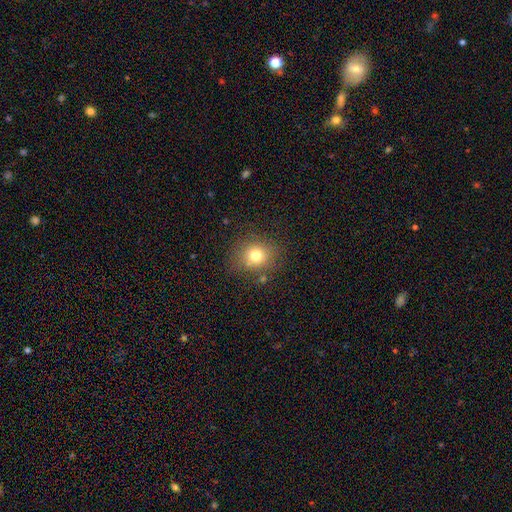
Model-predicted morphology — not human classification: Q: Smooth or featured?
A: smooth (74%); runner-up: star or artifact (15%)
Q: How rounded?
A: round (76%); runner-up: in between (23%)
Q: Merging?
A: none (79%); runner-up: minor disturbance (12%)